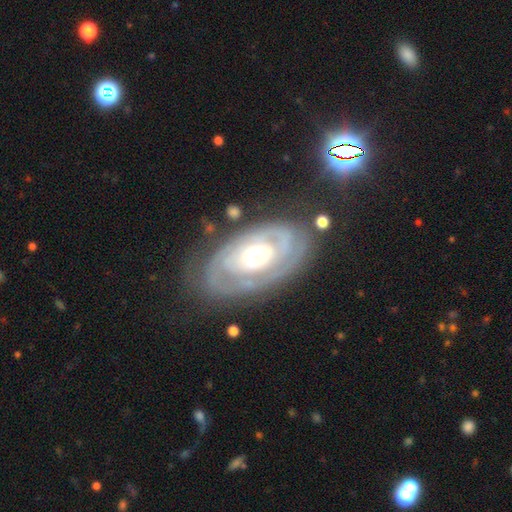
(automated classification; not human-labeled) Q: Smooth or featured?
A: featured or disk (83%); runner-up: smooth (12%)
Q: Edge-on disk?
A: no (94%); runner-up: yes (6%)
Q: Bar?
A: no (77%); runner-up: weak (16%)
Q: Spiral arms?
A: yes (82%); runner-up: no (18%)
Q: Spiral winding?
A: tight (74%); runner-up: medium (19%)
Q: Spiral arm count?
A: can't tell (38%); runner-up: 2 (35%)
Q: Bulge size?
A: moderate (57%); runner-up: small (29%)
Q: Merging?
A: none (72%); runner-up: minor disturbance (17%)